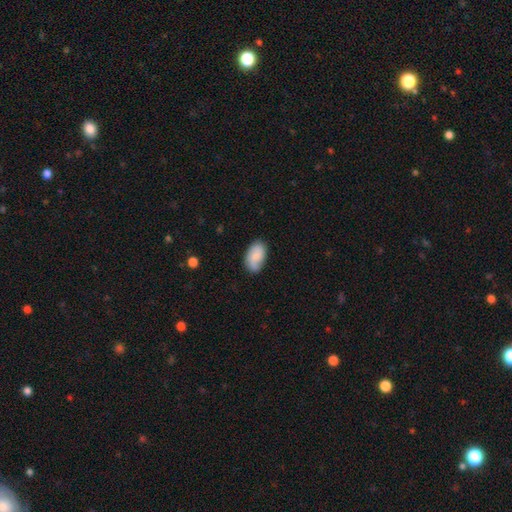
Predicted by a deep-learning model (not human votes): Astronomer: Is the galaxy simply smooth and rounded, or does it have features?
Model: smooth — 73%.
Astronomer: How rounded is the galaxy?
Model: in between — 93%.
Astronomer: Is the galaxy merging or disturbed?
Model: none — 70%.